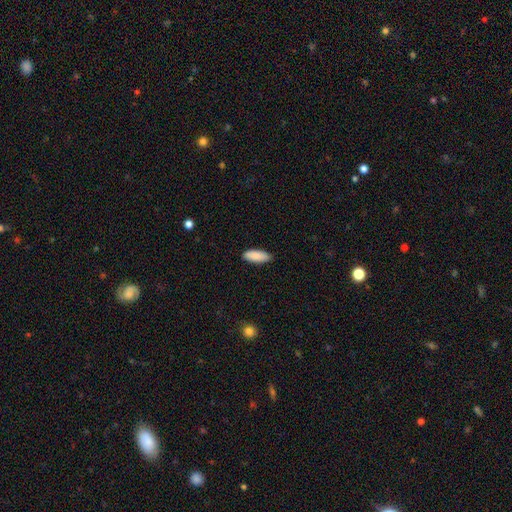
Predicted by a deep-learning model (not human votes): smooth_or_featured: smooth (p=0.88) [alt: featured or disk p=0.06]
how_rounded: in between (p=0.77) [alt: cigar-shaped p=0.21]
merging: none (p=0.86) [alt: minor disturbance p=0.11]